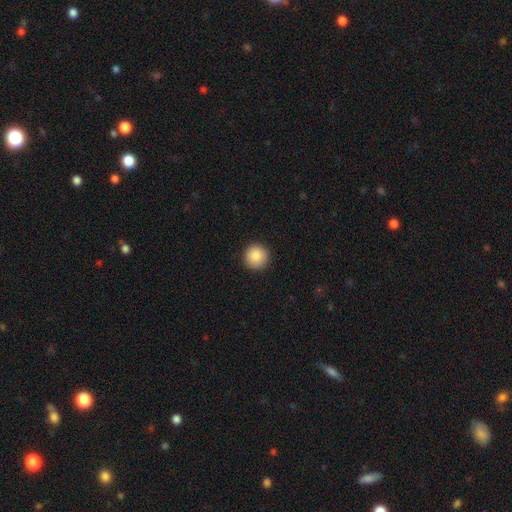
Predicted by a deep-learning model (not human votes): This is clearly a smooth galaxy (88%). How rounded: clearly round (96%). Merging: clearly none (92%).